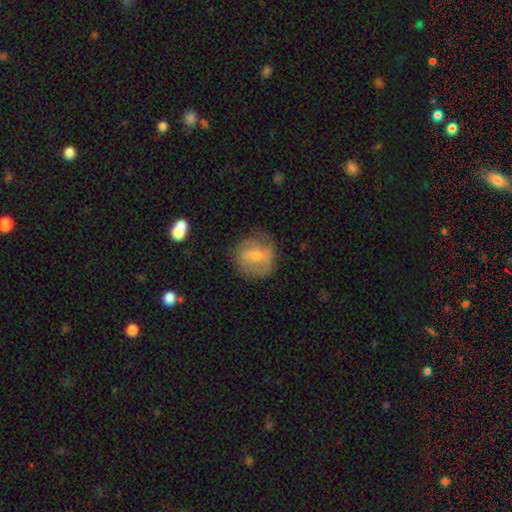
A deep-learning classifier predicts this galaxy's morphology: Smooth or featured?
  - featured or disk: 54% *
  - smooth: 37%
  - star or artifact: 8%
Edge-on disk?
  - no: 96% *
  - yes: 4%
Bar?
  - weak: 49% *
  - no: 28%
  - strong: 23%
Spiral arms?
  - yes: 73% *
  - no: 27%
Bulge size?
  - small: 56% *
  - moderate: 36%
  - none: 6%
  - large: 2%
  - dominant: 1%
Merging?
  - none: 71% *
  - minor disturbance: 19%
  - major disturbance: 8%
  - merger: 2%